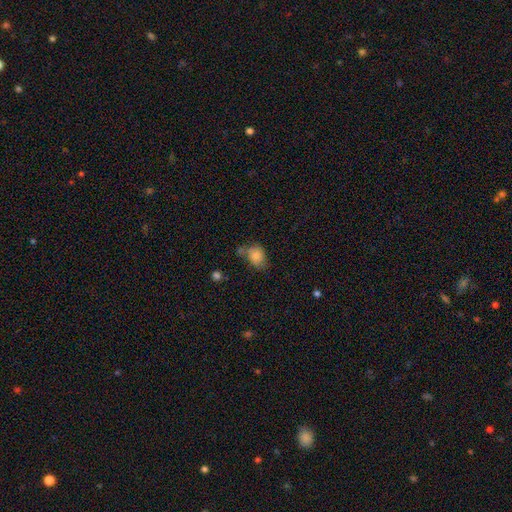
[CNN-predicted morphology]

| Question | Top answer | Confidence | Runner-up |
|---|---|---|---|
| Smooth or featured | smooth | 81% | star or artifact (9%) |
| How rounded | in between | 56% | round (43%) |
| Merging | none | 47% | minor disturbance (26%) |